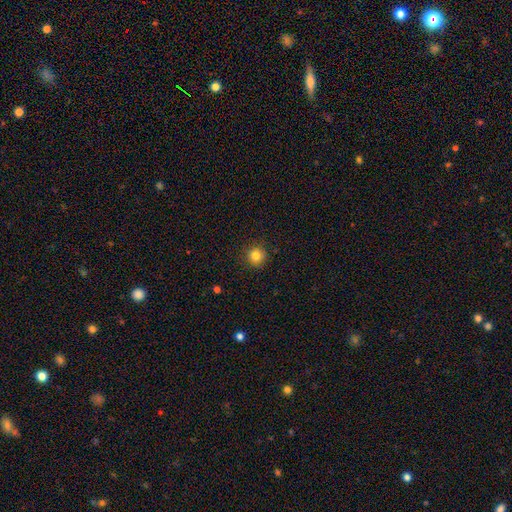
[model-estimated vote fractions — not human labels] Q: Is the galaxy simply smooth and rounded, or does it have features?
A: smooth — 82%.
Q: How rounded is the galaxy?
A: round — 94%.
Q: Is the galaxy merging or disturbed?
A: none — 89%.